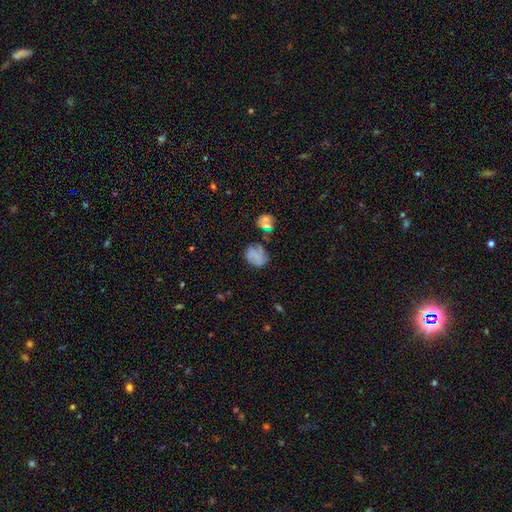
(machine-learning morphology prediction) Smooth or featured?
  - smooth: 60% *
  - featured or disk: 26%
  - star or artifact: 14%
How rounded?
  - round: 53% *
  - in between: 46%
  - cigar-shaped: 1%
Merging?
  - none: 49% *
  - minor disturbance: 27%
  - major disturbance: 15%
  - merger: 9%